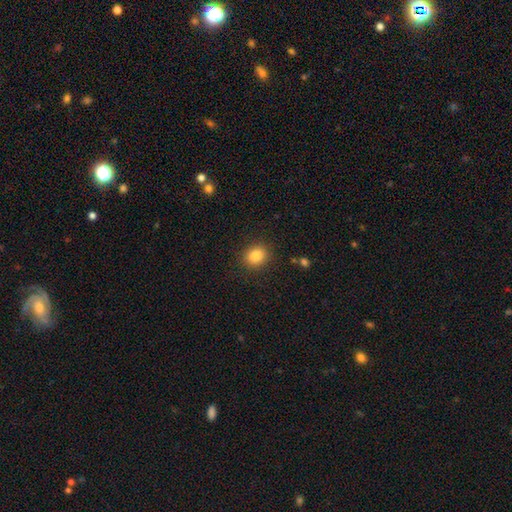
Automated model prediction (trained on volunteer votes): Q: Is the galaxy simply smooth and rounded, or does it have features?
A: smooth — 84%.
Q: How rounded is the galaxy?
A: round — 72%.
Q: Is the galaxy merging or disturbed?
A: none — 89%.